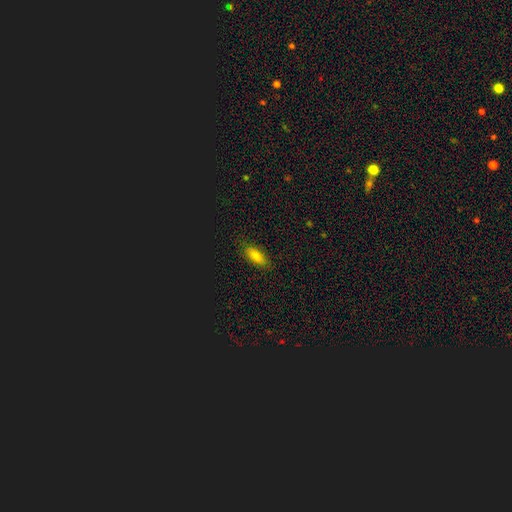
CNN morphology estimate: Smooth or featured: smooth — 77% (star or artifact — 13%)
How rounded: in between — 79% (cigar-shaped — 17%)
Merging: none — 86% (minor disturbance — 10%)